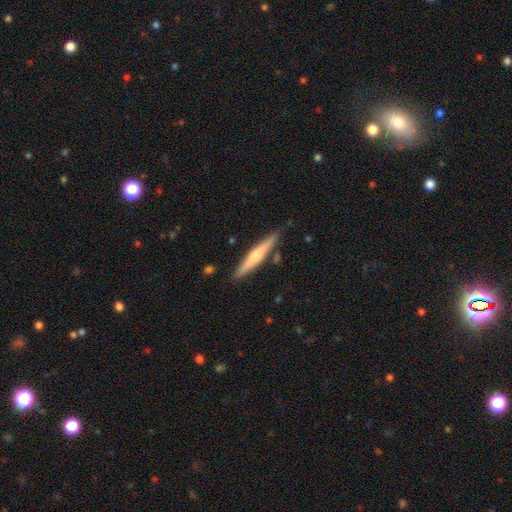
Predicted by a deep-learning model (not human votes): This appears to be a smooth galaxy with no disk features (50%). Merging: none (85%).